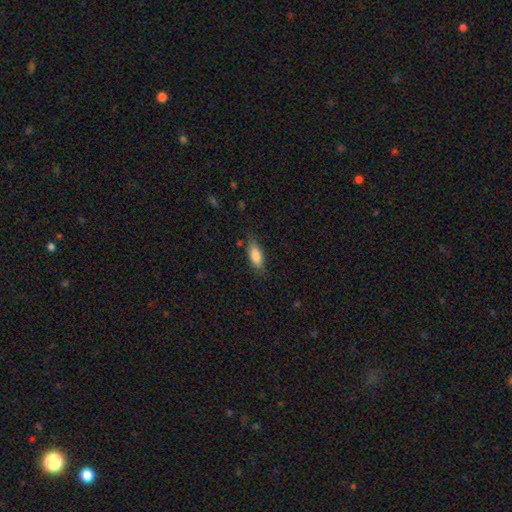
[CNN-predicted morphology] This appears to be a smooth galaxy with no disk features (82%) that is in between round and cigar-shaped (77%). Merging: none (74%).